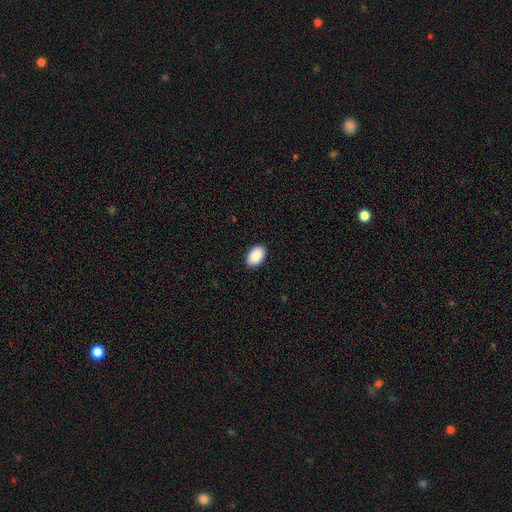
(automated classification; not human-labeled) smooth 90%, star or artifact 7%, featured or disk 4%. Down the decision tree: how rounded — in between (91%); merging — none (87%).